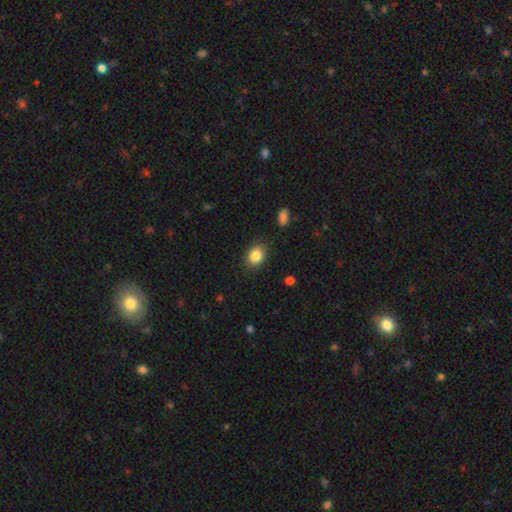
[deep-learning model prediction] Morphology: type=smooth (85%); roundness=in between (59%); merging=none (85%).